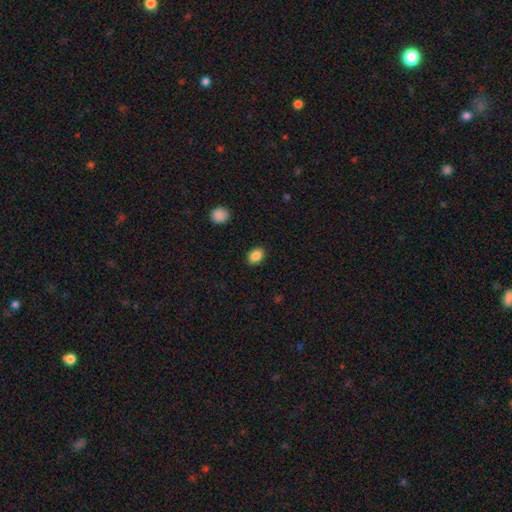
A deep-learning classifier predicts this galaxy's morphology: The model was most divided on "how rounded": in between: 70%, round: 29%, cigar-shaped: 1%. More confident: merging — none (89%); smooth or featured — smooth (87%).